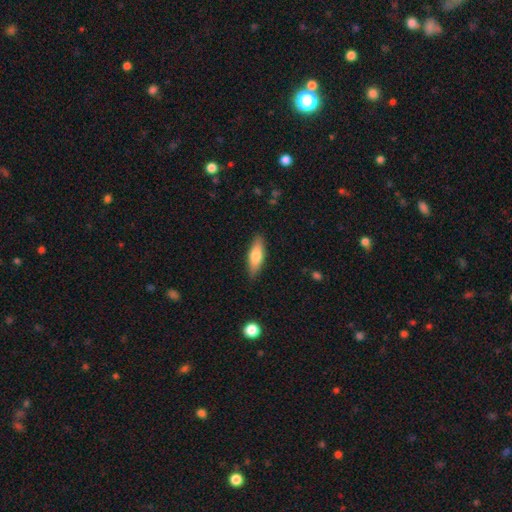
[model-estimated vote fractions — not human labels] smooth-or-featured: smooth: 73% | featured or disk: 21% | star or artifact: 6%
  how-rounded: in between: 53% | cigar-shaped: 45% | round: 2%
  merging: none: 86% | minor disturbance: 11% | major disturbance: 2% | merger: 1%